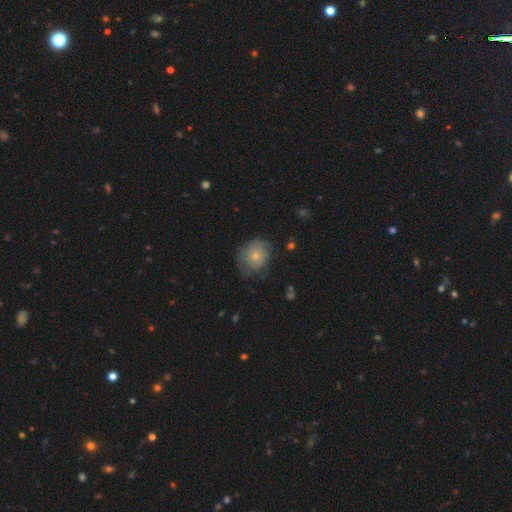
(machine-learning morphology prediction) A smooth galaxy with no disk features (64%) that is round (66%).

Vote fractions:
- Smooth or featured? smooth: 64% / featured or disk: 28% / star or artifact: 8%
- How rounded? round: 66% / in between: 33% / cigar-shaped: 1%
- Merging? none: 58% / minor disturbance: 28% / major disturbance: 13% / merger: 2%